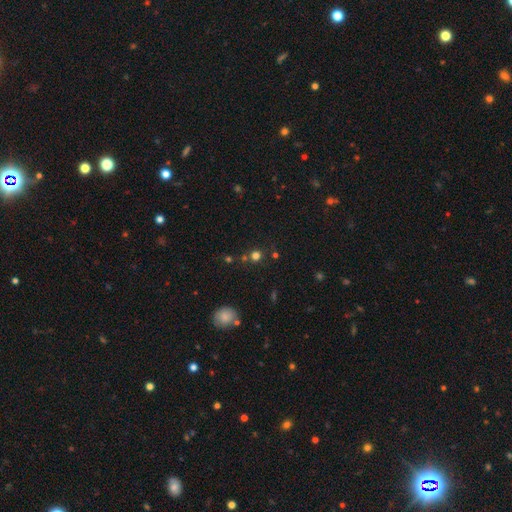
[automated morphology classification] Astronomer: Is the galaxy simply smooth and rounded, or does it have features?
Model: smooth — 67%.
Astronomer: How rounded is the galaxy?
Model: round — 90%.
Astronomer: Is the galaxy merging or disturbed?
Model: none — 75%.